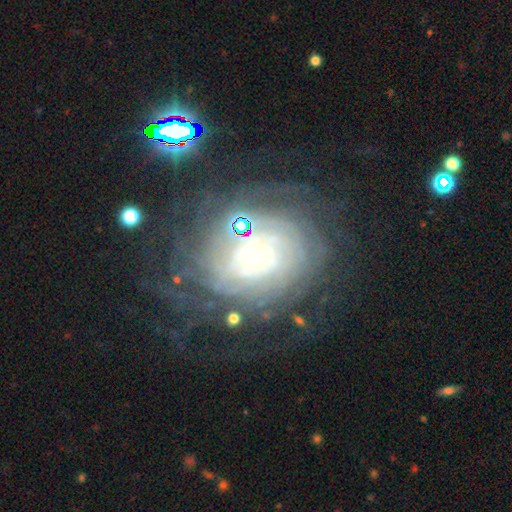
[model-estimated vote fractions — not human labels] This is clearly a featured or disk galaxy (83%). It is clearly not viewed edge-on (97%). Bar: likely no (78%). Spiral arm pattern: clearly yes (93%). Spiral arm count: marginally can't tell (44%). Spiral winding: likely tight (78%). Central bulge: likely small (68%). Merging: likely none (65%).